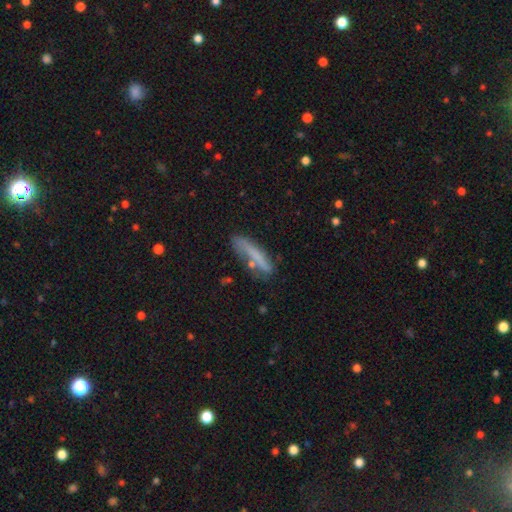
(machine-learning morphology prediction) This appears to be a smooth galaxy with no disk features (64%) that is cigar-shaped (83%). Merging: none (60%).